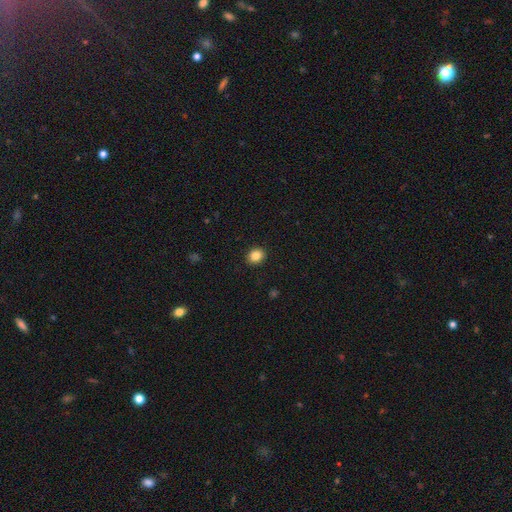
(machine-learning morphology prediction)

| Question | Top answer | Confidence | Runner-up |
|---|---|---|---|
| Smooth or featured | smooth | 84% | star or artifact (10%) |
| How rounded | round | 64% | in between (35%) |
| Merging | none | 91% | minor disturbance (6%) |